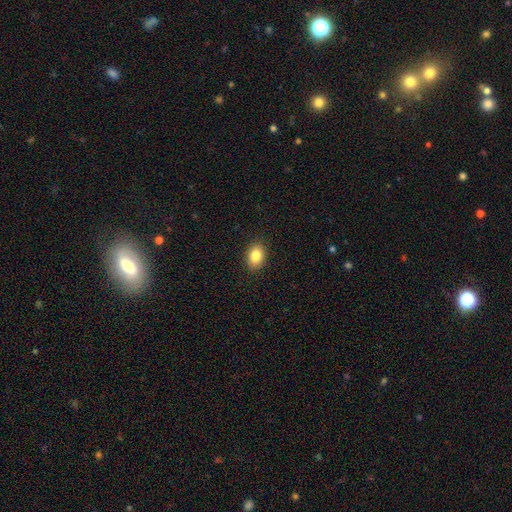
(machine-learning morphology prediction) The model was most divided on "how rounded": in between: 77%, round: 21%, cigar-shaped: 1%. More confident: merging — none (89%); smooth or featured — smooth (85%).